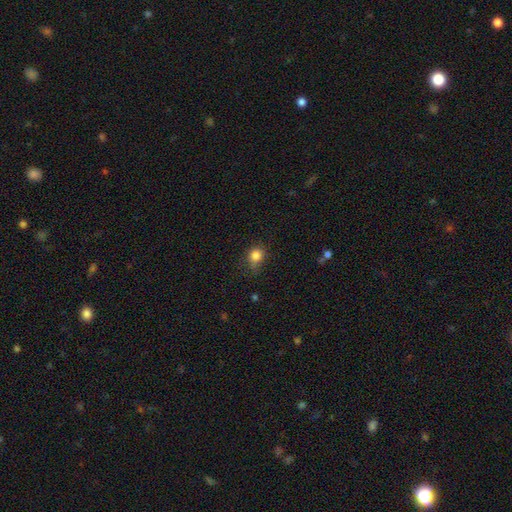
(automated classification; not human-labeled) Smooth or featured? smooth (83%)
How rounded? round (72%)
Merging? none (62%)